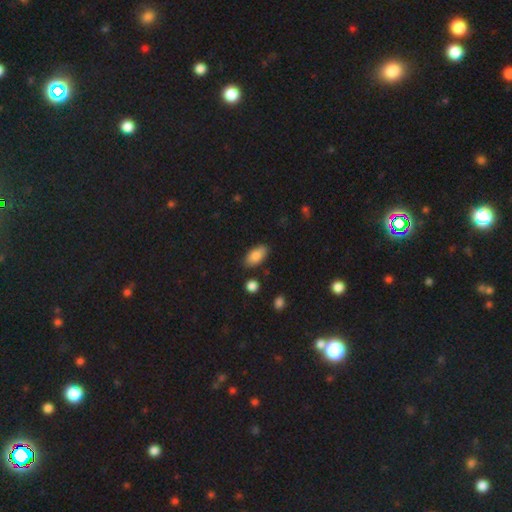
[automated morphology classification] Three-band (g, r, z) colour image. It shows a smooth galaxy with no disk features (86%) that is in between round and cigar-shaped (91%). Merging: none (82%).